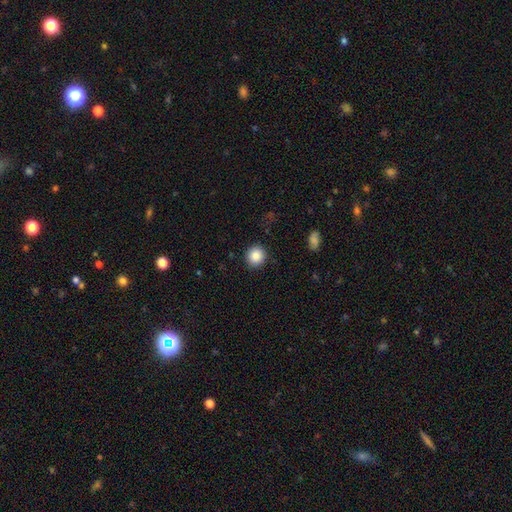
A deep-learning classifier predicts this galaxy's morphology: Smooth or featured? smooth (87%)
How rounded? round (91%)
Merging? none (91%)